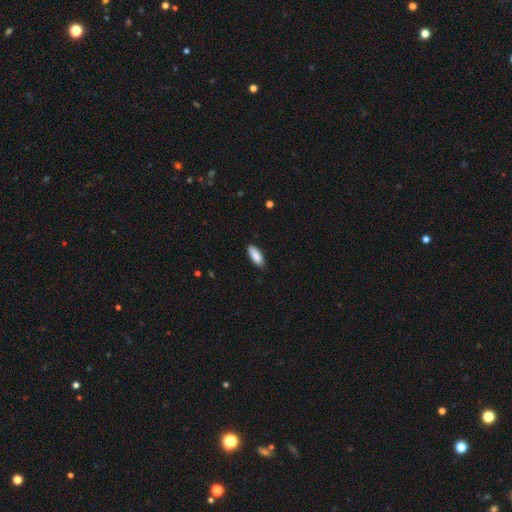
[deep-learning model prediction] This is clearly a smooth galaxy (88%). How rounded: likely in between (76%). Merging: clearly none (84%).